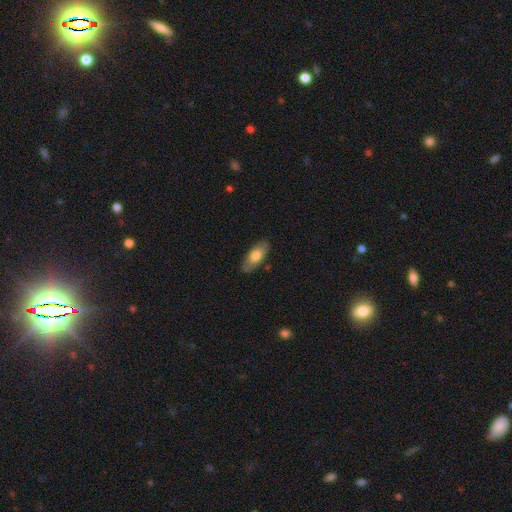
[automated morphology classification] A smooth galaxy with no disk features (70%) that is in between round and cigar-shaped (83%). Merging: none (84%).